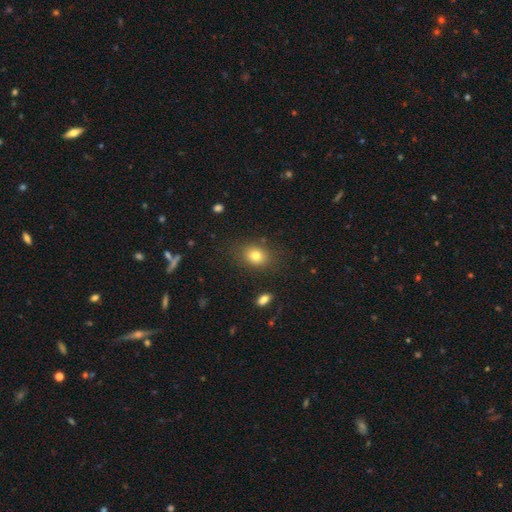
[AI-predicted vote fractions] This is likely a smooth galaxy (79%). How rounded: possibly in between (55%). Merging: clearly none (82%).